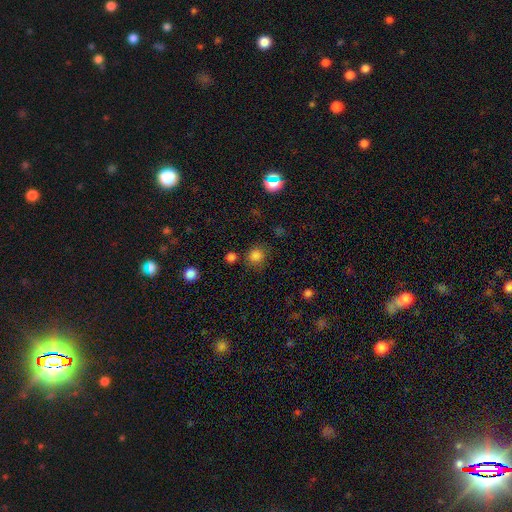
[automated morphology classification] Q: Smooth or featured?
A: smooth (80%); runner-up: star or artifact (16%)
Q: How rounded?
A: round (89%); runner-up: in between (10%)
Q: Merging?
A: none (79%); runner-up: minor disturbance (11%)